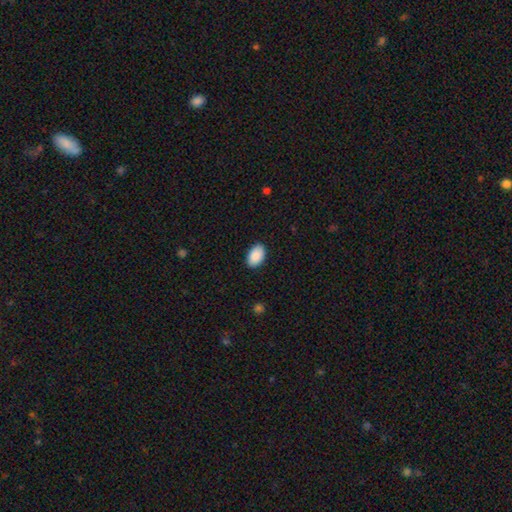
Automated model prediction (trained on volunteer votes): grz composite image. It shows a smooth galaxy with no disk features (91%) that is in between round and cigar-shaped (92%). Merging: none (88%).